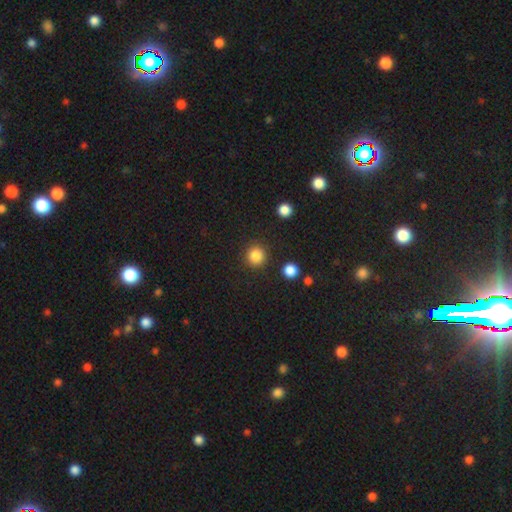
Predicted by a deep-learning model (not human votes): This appears to be a smooth galaxy with no disk features (86%) that is round (93%). Merging: none (89%).